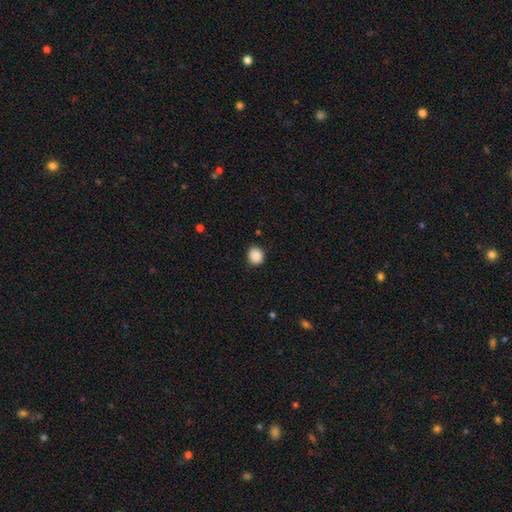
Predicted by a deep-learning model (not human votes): Morphology: type=smooth (89%); roundness=round (79%); merging=none (86%).